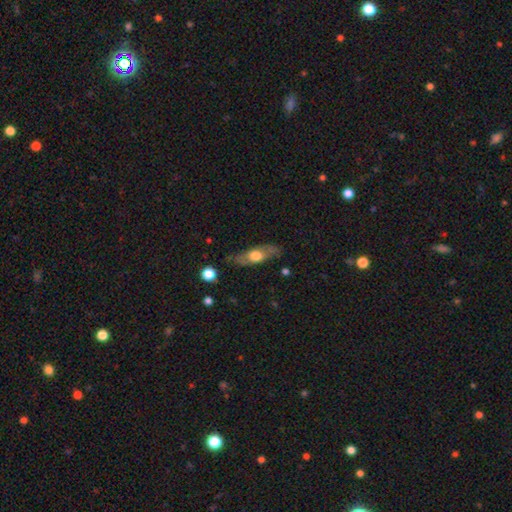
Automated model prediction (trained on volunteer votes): Smooth or featured: smooth — 49% (featured or disk — 45%)
Merging: none — 76% (minor disturbance — 17%)